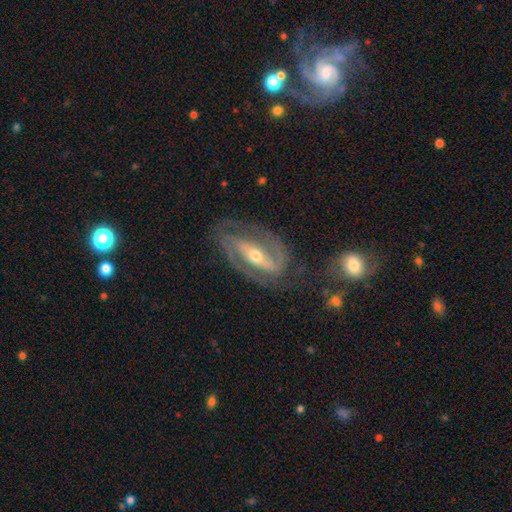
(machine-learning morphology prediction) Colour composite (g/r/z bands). It shows a featured or disk galaxy (89%) with a strong bar (54%), 2 (87%) medium (47%) spiral arms (94%) and a moderate central bulge (60%). Merging: none (73%).